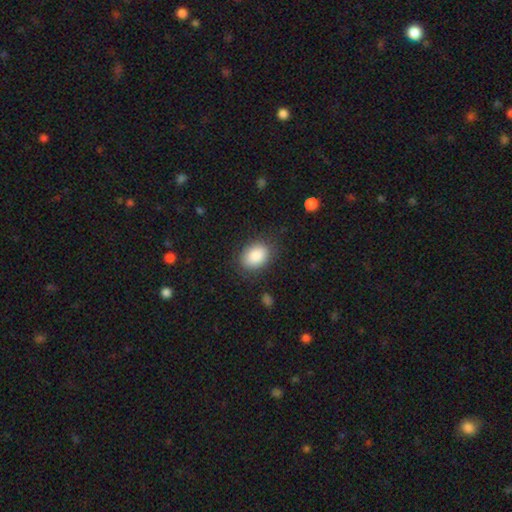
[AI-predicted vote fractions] The model was most divided on "how rounded": in between: 77%, round: 22%, cigar-shaped: 1%. More confident: smooth or featured — smooth (88%); merging — none (83%).